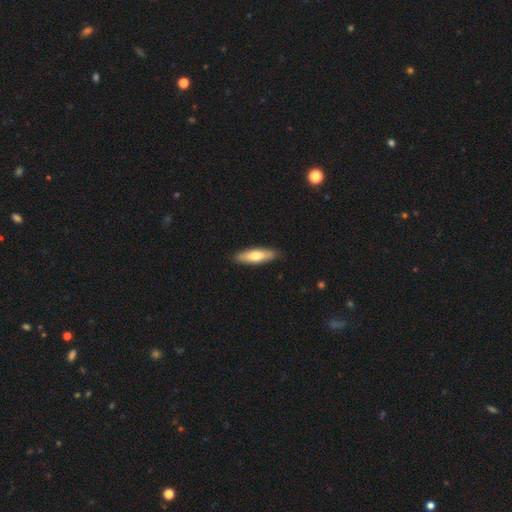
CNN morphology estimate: Smooth or featured? Predicted: smooth (p=0.68). How rounded? Predicted: cigar-shaped (p=0.56). Merging? Predicted: none (p=0.89).